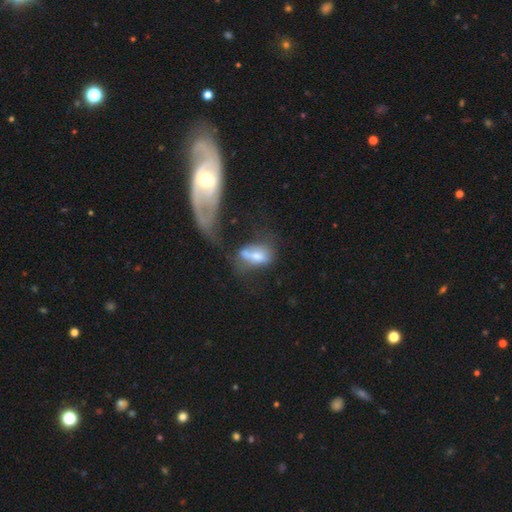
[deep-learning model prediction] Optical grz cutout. It shows a smooth galaxy with no disk features (51%) that is in between round and cigar-shaped (80%). Merging: merger (32%).